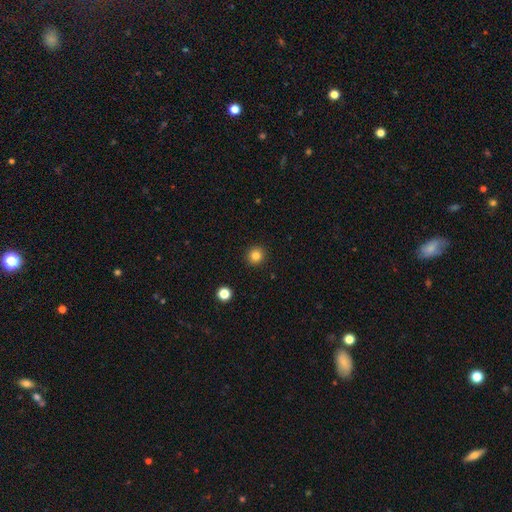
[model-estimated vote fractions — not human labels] smooth-or-featured: smooth: 83% | star or artifact: 12% | featured or disk: 5%
  how-rounded: round: 93% | in between: 6% | cigar-shaped: 1%
  merging: none: 92% | minor disturbance: 5% | major disturbance: 2% | merger: 1%